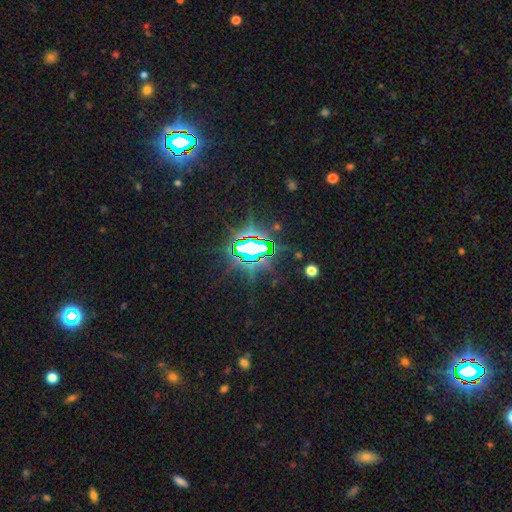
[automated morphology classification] Smooth or featured? Predicted: star or artifact (p=0.82).